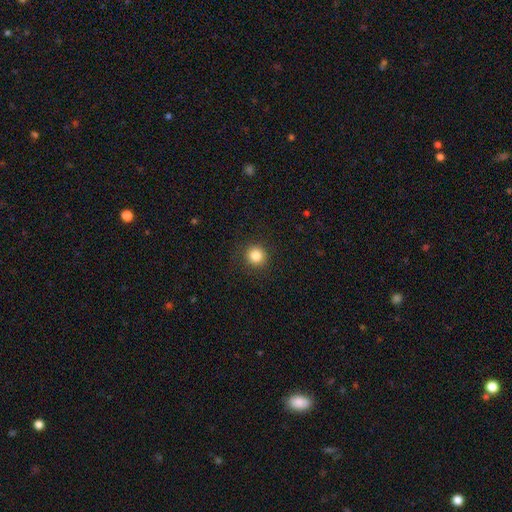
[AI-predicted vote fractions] Q: Smooth or featured?
A: smooth (84%); runner-up: star or artifact (11%)
Q: How rounded?
A: round (93%); runner-up: in between (6%)
Q: Merging?
A: none (90%); runner-up: minor disturbance (6%)